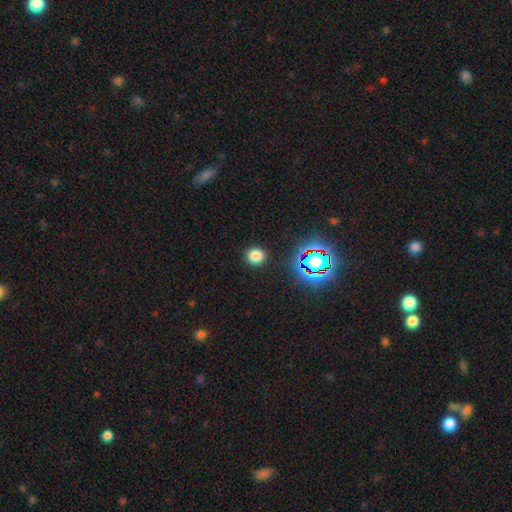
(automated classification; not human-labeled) Smooth or featured? Predicted: smooth (p=0.77). How rounded? Predicted: round (p=0.87). Merging? Predicted: none (p=0.90).